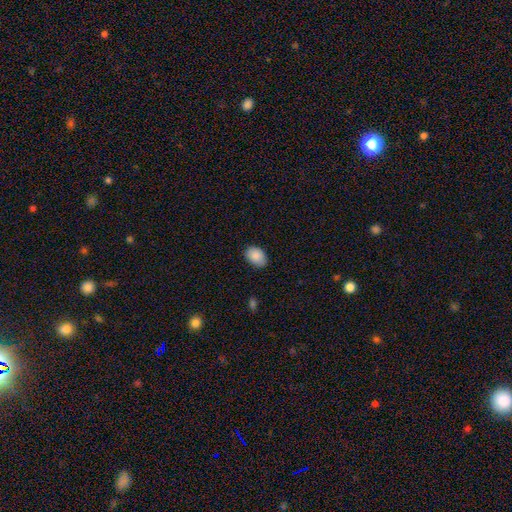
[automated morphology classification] A smooth galaxy with no disk features (88%) that is in between round and cigar-shaped (84%).

Vote fractions:
- Smooth or featured? smooth: 88% / star or artifact: 7% / featured or disk: 5%
- How rounded? in between: 84% / round: 15% / cigar-shaped: 1%
- Merging? none: 83% / minor disturbance: 14% / major disturbance: 2% / merger: 1%